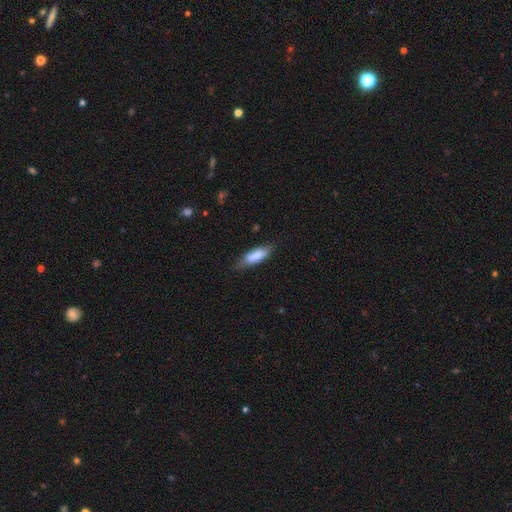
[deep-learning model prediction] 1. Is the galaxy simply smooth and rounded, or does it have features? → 82% smooth, 12% featured or disk, 6% star or artifact.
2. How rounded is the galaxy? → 55% in between, 43% cigar-shaped, 2% round.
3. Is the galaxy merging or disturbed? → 69% none, 24% minor disturbance, 5% major disturbance, 2% merger.